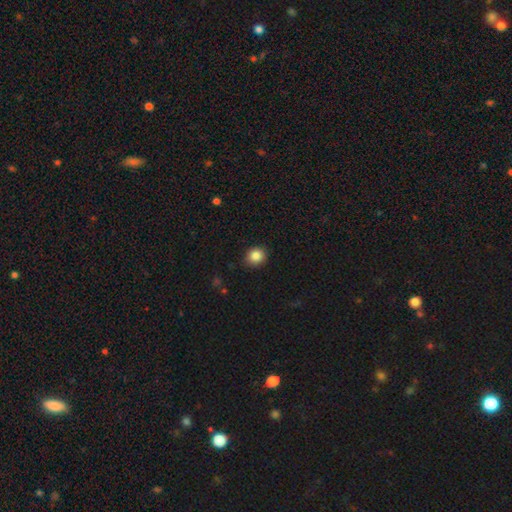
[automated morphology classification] This is clearly a smooth galaxy (86%). How rounded: likely round (77%). Merging: clearly none (88%).